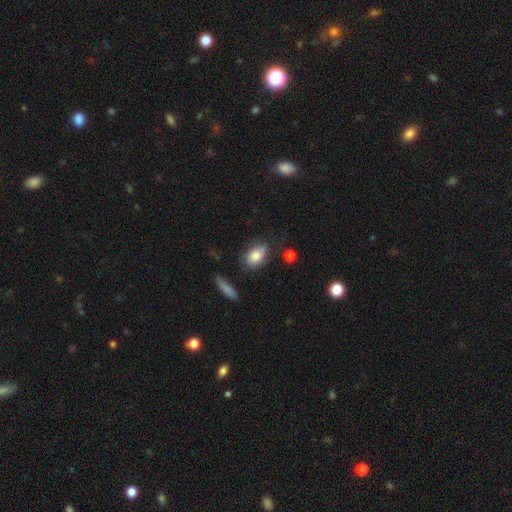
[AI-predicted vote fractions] This appears to be a smooth galaxy with no disk features (77%) that is in between round and cigar-shaped (79%). Merging: none (56%).